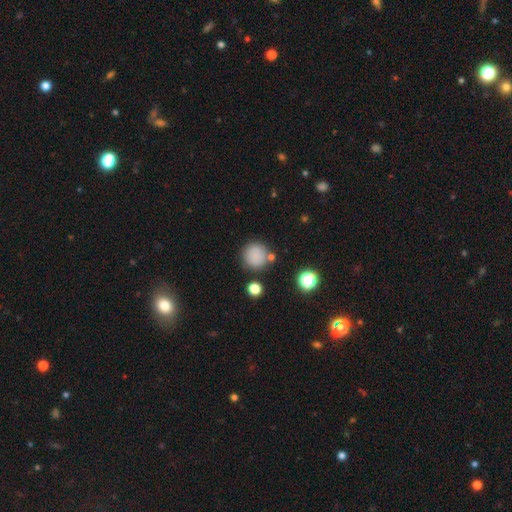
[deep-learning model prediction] Smooth or featured?
  - smooth: 83% *
  - star or artifact: 12%
  - featured or disk: 5%
How rounded?
  - round: 93% *
  - in between: 6%
  - cigar-shaped: 1%
Merging?
  - none: 80% *
  - minor disturbance: 10%
  - merger: 6%
  - major disturbance: 4%